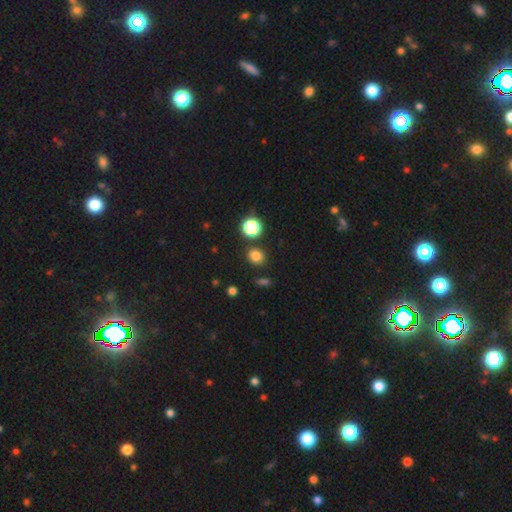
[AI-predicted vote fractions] smooth_or_featured: smooth (p=0.81) [alt: star or artifact p=0.15]
how_rounded: round (p=0.67) [alt: in between p=0.32]
merging: none (p=0.83) [alt: minor disturbance p=0.08]